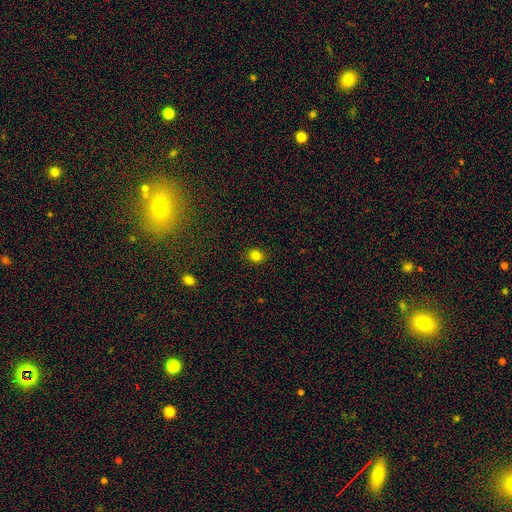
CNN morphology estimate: smooth 82%, star or artifact 14%, featured or disk 5%. Down the decision tree: how rounded — round (75%); merging — none (88%).